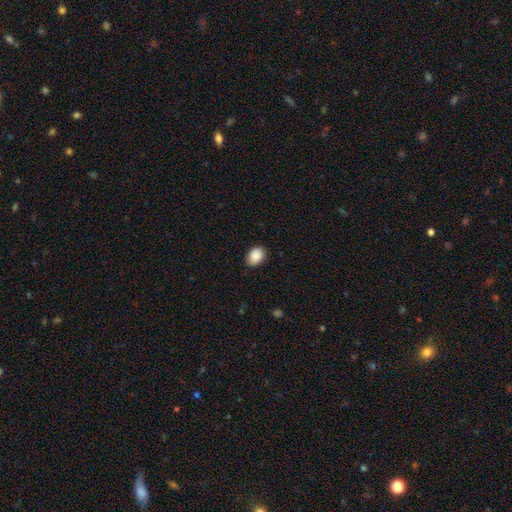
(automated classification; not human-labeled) Smooth or featured? Predicted: smooth (p=0.90). How rounded? Predicted: in between (p=0.77). Merging? Predicted: none (p=0.85).